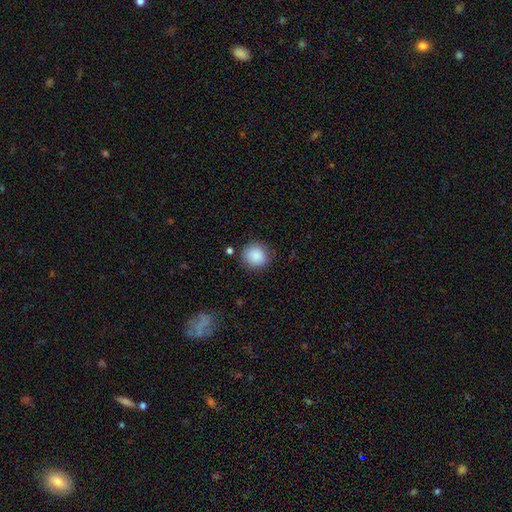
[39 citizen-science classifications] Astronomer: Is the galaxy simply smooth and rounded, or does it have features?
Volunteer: smooth — 97%.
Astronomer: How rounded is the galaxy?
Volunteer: round — 95%.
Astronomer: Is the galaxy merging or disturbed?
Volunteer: none — 92%.